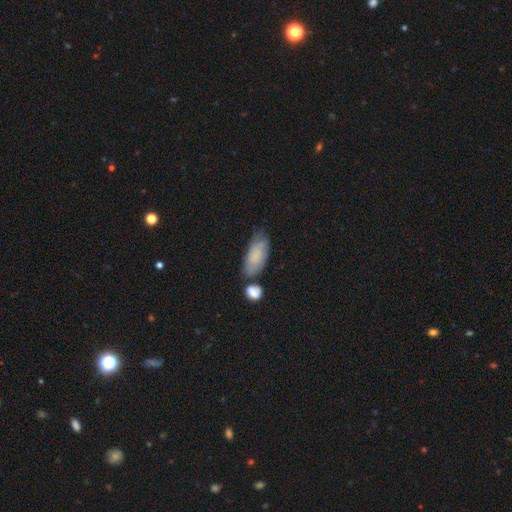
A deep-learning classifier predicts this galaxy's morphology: smooth-or-featured: smooth: 69% | featured or disk: 23% | star or artifact: 8%
  how-rounded: in between: 85% | cigar-shaped: 12% | round: 3%
  merging: none: 52% | minor disturbance: 24% | merger: 16% | major disturbance: 7%